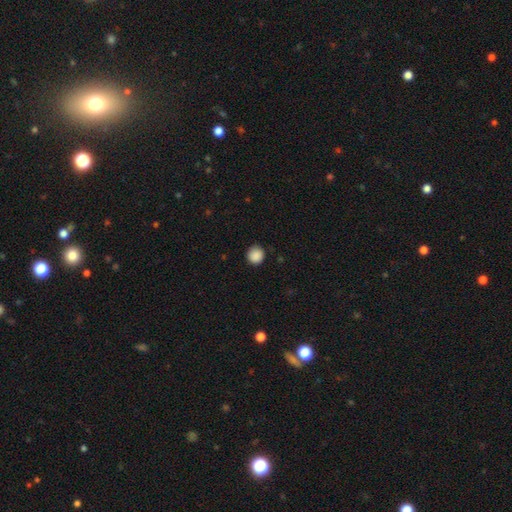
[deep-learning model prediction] Q: Smooth or featured?
A: smooth (89%); runner-up: star or artifact (9%)
Q: How rounded?
A: round (94%); runner-up: in between (5%)
Q: Merging?
A: none (89%); runner-up: minor disturbance (8%)